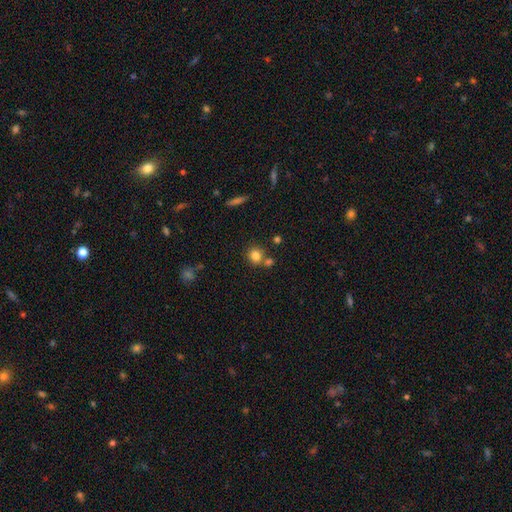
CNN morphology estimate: The model was most divided on "merging": none: 67%, merger: 21%, minor disturbance: 9%, major disturbance: 3%. More confident: how rounded — round (88%); smooth or featured — smooth (81%).